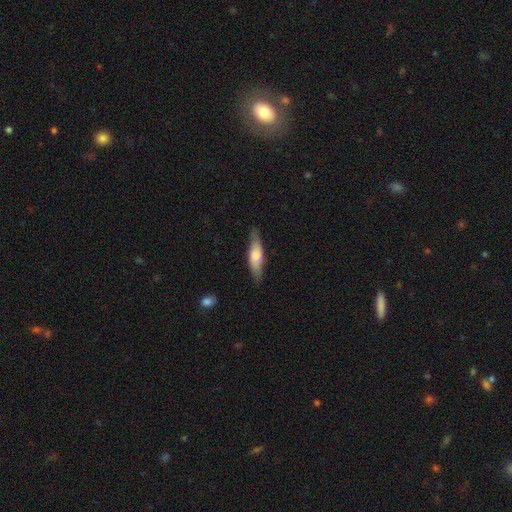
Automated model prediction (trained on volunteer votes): Smooth or featured?
  - smooth: 61% *
  - featured or disk: 33%
  - star or artifact: 6%
How rounded?
  - cigar-shaped: 59% *
  - in between: 39%
  - round: 2%
Merging?
  - none: 76% *
  - minor disturbance: 19%
  - major disturbance: 4%
  - merger: 2%